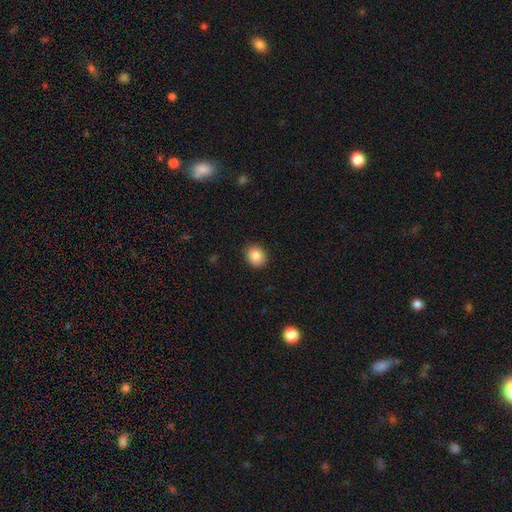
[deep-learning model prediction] Smooth or featured: smooth — 87% (star or artifact — 9%)
How rounded: round — 67% (in between — 32%)
Merging: none — 88% (minor disturbance — 9%)